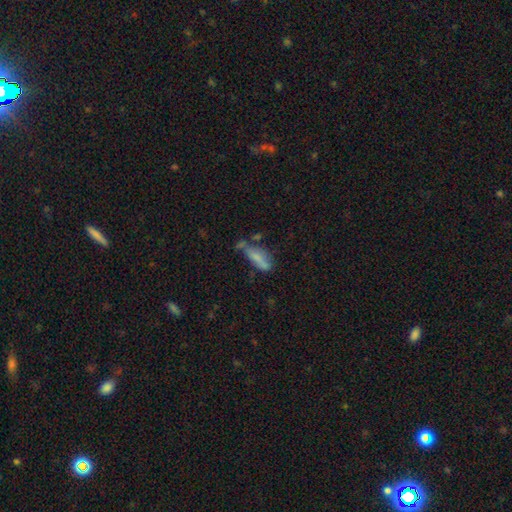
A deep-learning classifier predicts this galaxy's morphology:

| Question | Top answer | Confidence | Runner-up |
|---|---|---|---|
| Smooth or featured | smooth | 65% | featured or disk (24%) |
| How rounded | in between | 58% | cigar-shaped (39%) |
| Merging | none | 36% | minor disturbance (27%) |